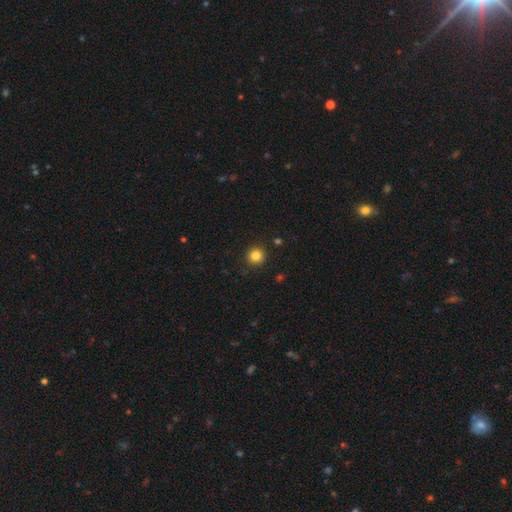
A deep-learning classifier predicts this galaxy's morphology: This appears to be a smooth galaxy with no disk features (84%) that is round (93%). Merging: none (90%).